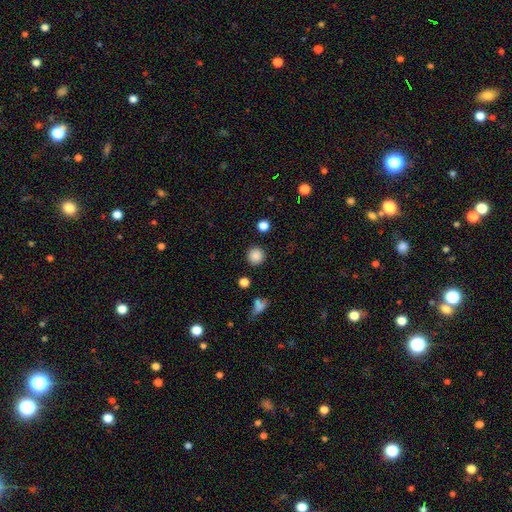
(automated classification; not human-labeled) A smooth galaxy with no disk features (86%) that is round (94%).

Vote fractions:
- Smooth or featured? smooth: 86% / star or artifact: 11% / featured or disk: 4%
- How rounded? round: 94% / in between: 5% / cigar-shaped: 1%
- Merging? none: 89% / minor disturbance: 6% / major disturbance: 3% / merger: 2%